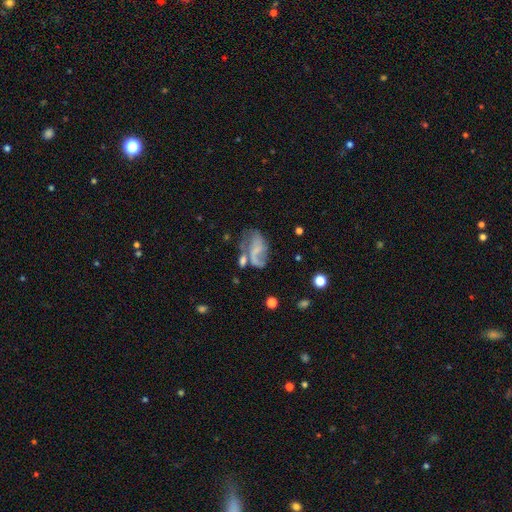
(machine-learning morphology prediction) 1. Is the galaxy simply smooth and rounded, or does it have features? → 60% featured or disk, 27% smooth, 13% star or artifact.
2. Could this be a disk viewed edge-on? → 96% no, 4% yes.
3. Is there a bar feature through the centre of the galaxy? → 61% no, 28% weak, 11% strong.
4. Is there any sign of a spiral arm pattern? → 66% yes, 34% no.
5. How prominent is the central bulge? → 56% none, 29% small, 11% moderate, 3% large, 1% dominant.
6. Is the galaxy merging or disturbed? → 34% none, 28% major disturbance, 21% minor disturbance, 16% merger.